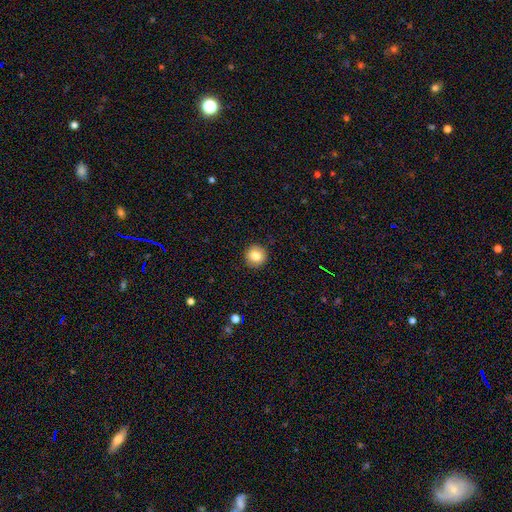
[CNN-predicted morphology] A smooth galaxy with no disk features (83%) that is round (94%).

Vote fractions:
- Smooth or featured? smooth: 83% / star or artifact: 9% / featured or disk: 8%
- How rounded? round: 94% / in between: 5% / cigar-shaped: 1%
- Merging? none: 92% / minor disturbance: 5% / major disturbance: 2% / merger: 1%